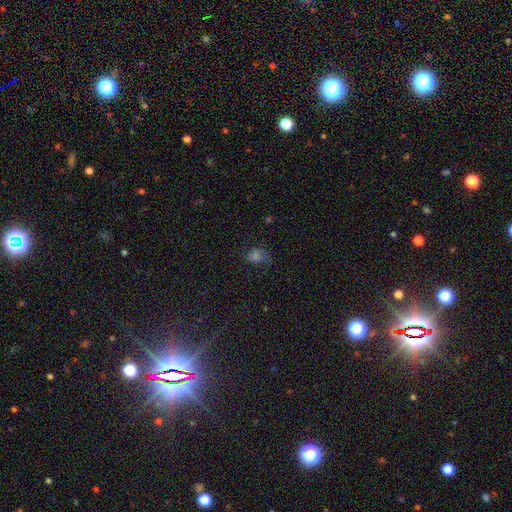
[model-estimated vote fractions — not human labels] Smooth or featured?
  - smooth: 54% *
  - star or artifact: 30%
  - featured or disk: 16%
How rounded?
  - in between: 61% *
  - round: 37%
  - cigar-shaped: 2%
Merging?
  - none: 59% *
  - minor disturbance: 24%
  - major disturbance: 15%
  - merger: 3%